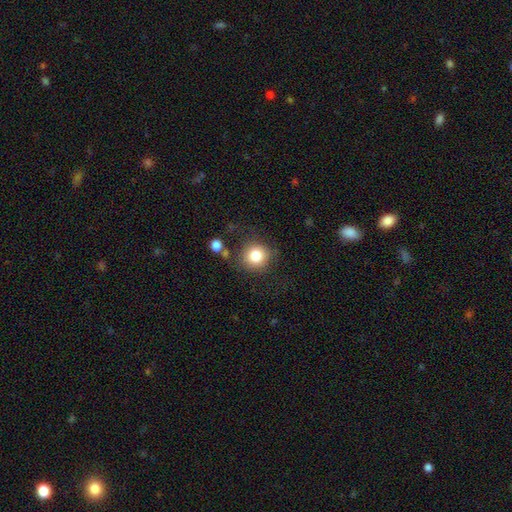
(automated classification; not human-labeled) Smooth or featured? smooth (81%)
How rounded? round (91%)
Merging? none (78%)